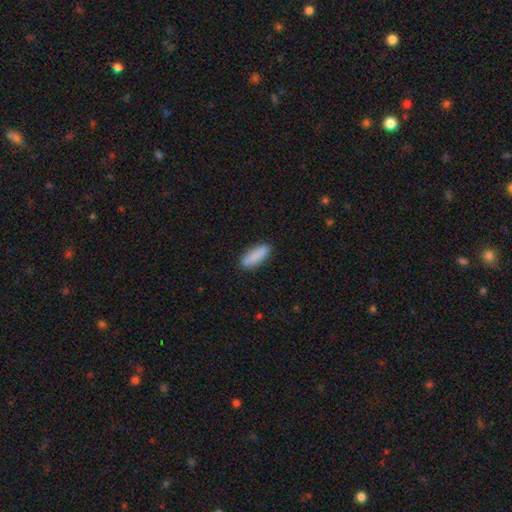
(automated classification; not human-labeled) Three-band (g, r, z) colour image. It shows a smooth galaxy with no disk features (87%) that is in between round and cigar-shaped (60%). Merging: none (82%).